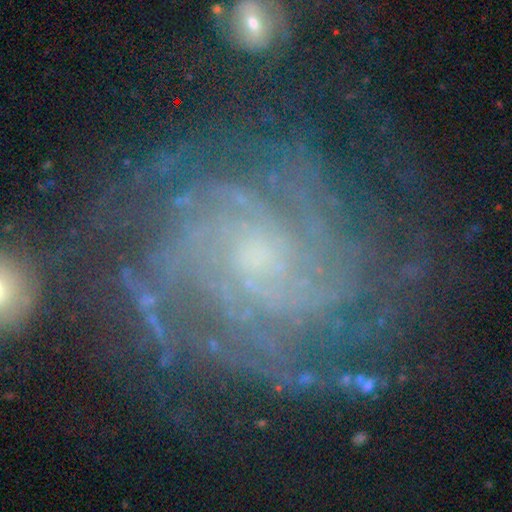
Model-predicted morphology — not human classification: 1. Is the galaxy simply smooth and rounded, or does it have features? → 87% featured or disk, 7% star or artifact, 5% smooth.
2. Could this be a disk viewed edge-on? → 98% no, 2% yes.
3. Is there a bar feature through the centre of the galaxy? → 68% no, 25% weak, 7% strong.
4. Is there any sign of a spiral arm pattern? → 97% yes, 3% no.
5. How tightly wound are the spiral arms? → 69% tight, 25% medium, 6% loose.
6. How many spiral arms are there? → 26% can't tell, 19% more than 4, 19% 4, 14% 3, 12% 2, 10% 1.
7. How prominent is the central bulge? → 58% small, 28% moderate, 8% none, 5% large, 2% dominant.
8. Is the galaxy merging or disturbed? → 73% none, 15% minor disturbance, 9% major disturbance, 3% merger.